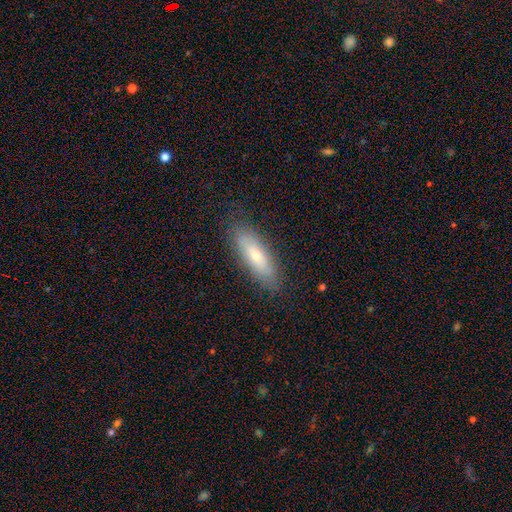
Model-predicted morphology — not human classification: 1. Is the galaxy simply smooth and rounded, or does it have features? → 61% smooth, 32% featured or disk, 7% star or artifact.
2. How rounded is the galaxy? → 52% in between, 46% cigar-shaped, 2% round.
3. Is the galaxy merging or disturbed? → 84% none, 12% minor disturbance, 3% major disturbance, 1% merger.